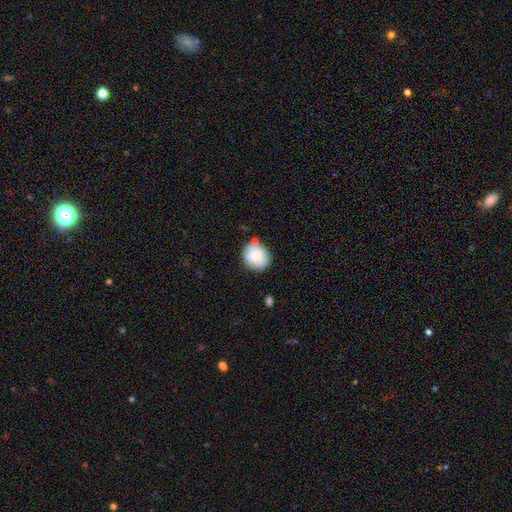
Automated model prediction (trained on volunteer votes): A smooth galaxy with no disk features (79%) that is round (73%).

Vote fractions:
- Smooth or featured? smooth: 79% / featured or disk: 13% / star or artifact: 8%
- How rounded? round: 73% / in between: 26% / cigar-shaped: 1%
- Merging? none: 66% / minor disturbance: 21% / merger: 8% / major disturbance: 5%